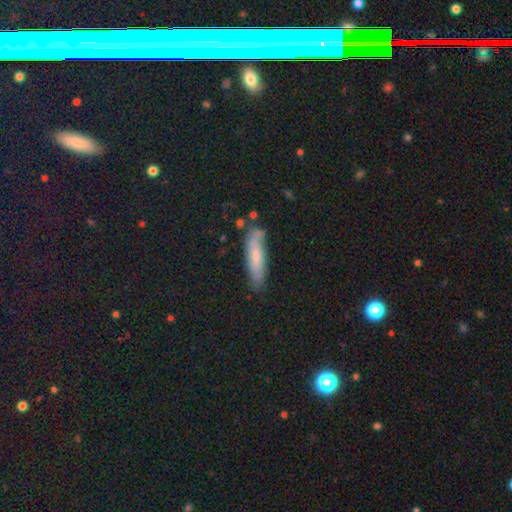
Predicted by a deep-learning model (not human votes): Smooth or featured: smooth — 57% (featured or disk — 29%)
How rounded: cigar-shaped — 71% (in between — 26%)
Merging: none — 72% (minor disturbance — 20%)